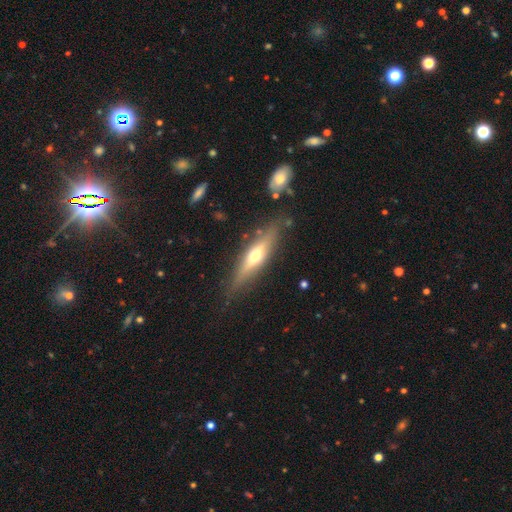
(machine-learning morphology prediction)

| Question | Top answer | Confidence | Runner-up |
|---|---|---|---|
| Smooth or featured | featured or disk | 59% | smooth (34%) |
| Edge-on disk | yes | 90% | no (10%) |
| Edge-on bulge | rounded | 90% | none (6%) |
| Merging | none | 83% | minor disturbance (11%) |